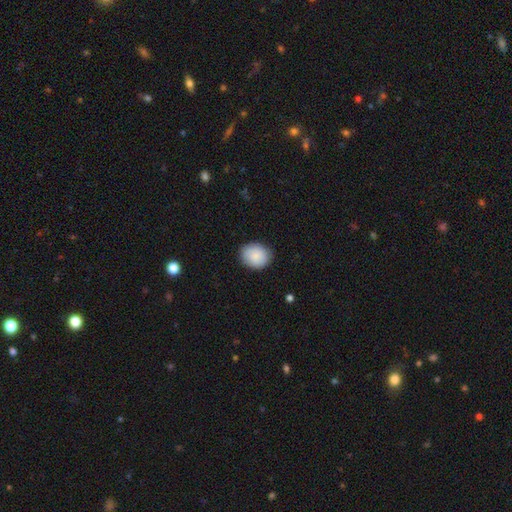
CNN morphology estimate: smooth_or_featured: smooth (p=0.85) [alt: featured or disk p=0.09]
how_rounded: round (p=0.55) [alt: in between p=0.44]
merging: none (p=0.84) [alt: minor disturbance p=0.12]